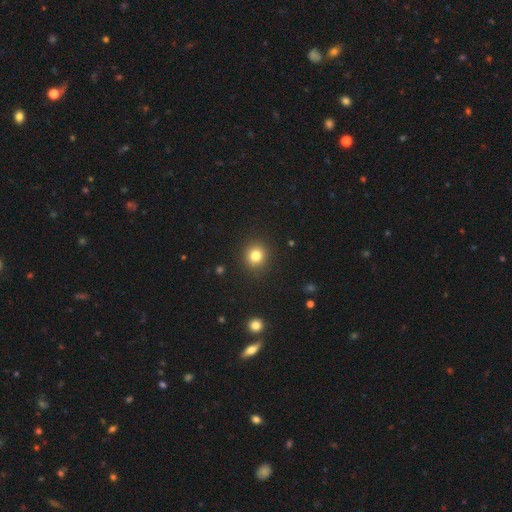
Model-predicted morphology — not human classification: Smooth or featured?
  - smooth: 82% *
  - star or artifact: 12%
  - featured or disk: 6%
How rounded?
  - round: 89% *
  - in between: 10%
  - cigar-shaped: 1%
Merging?
  - none: 91% *
  - minor disturbance: 6%
  - major disturbance: 2%
  - merger: 1%